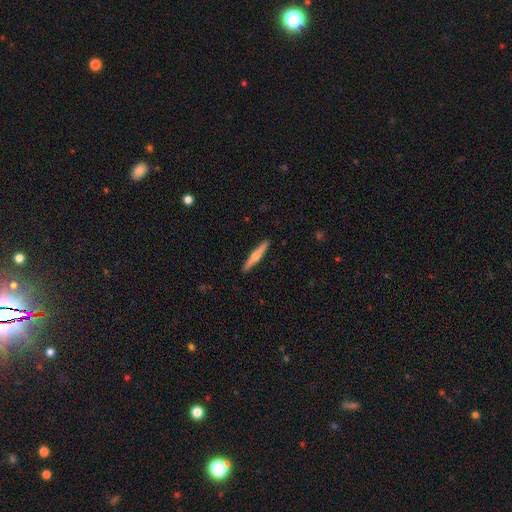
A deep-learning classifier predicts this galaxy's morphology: smooth_or_featured: featured or disk (p=0.54) [alt: smooth p=0.41]
disk_edge_on: yes (p=0.97) [alt: no p=0.03]
edge_on_bulge: rounded (p=0.84) [alt: none p=0.09]
merging: none (p=0.92) [alt: minor disturbance p=0.06]